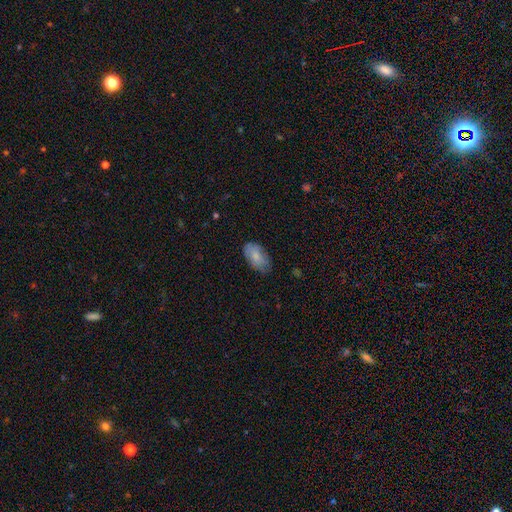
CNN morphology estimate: smooth_or_featured: smooth (p=0.80) [alt: featured or disk p=0.14]
how_rounded: in between (p=0.94) [alt: round p=0.04]
merging: none (p=0.71) [alt: minor disturbance p=0.23]